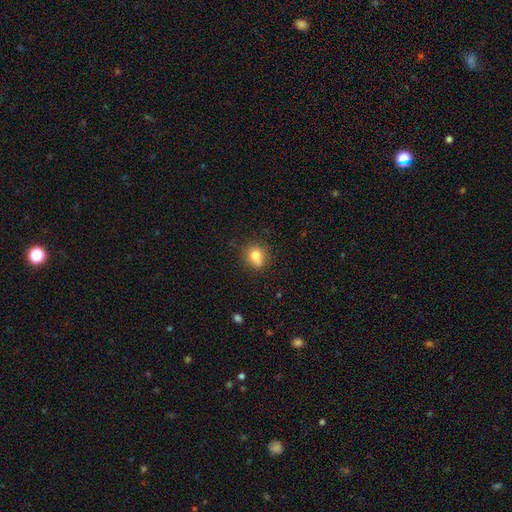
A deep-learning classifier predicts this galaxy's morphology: Smooth or featured?
  - smooth: 76% *
  - featured or disk: 12%
  - star or artifact: 11%
How rounded?
  - round: 71% *
  - in between: 27%
  - cigar-shaped: 1%
Merging?
  - none: 62% *
  - minor disturbance: 20%
  - merger: 12%
  - major disturbance: 6%